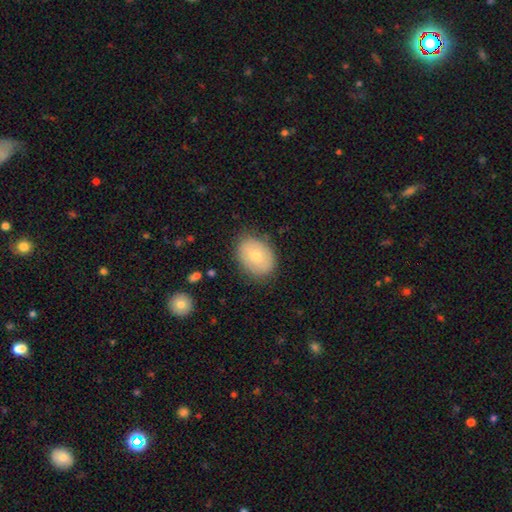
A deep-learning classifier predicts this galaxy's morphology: This appears to be a smooth galaxy with no disk features (69%) that is in between round and cigar-shaped (66%). Merging: none (81%).